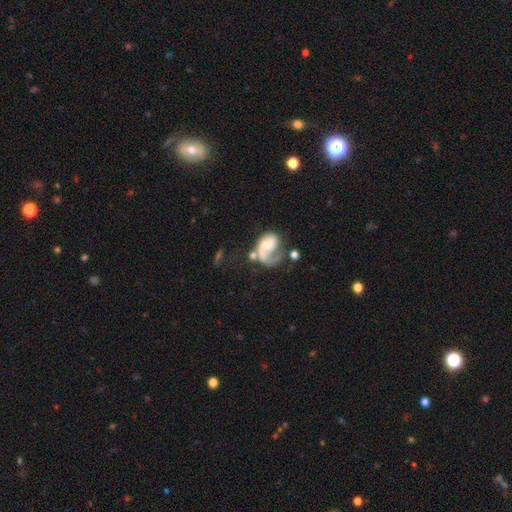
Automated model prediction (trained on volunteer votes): This is likely a featured or disk galaxy (68%). It is clearly not viewed edge-on (97%). Bar: likely no (71%). Spiral arm pattern: likely yes (74%). Central bulge: marginally moderate (42%). Merging: marginally major disturbance (34%).